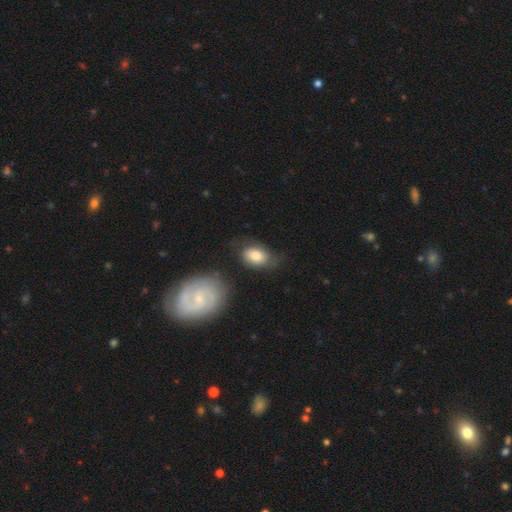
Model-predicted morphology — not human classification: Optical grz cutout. It shows a smooth galaxy with no disk features (73%) that is in between round and cigar-shaped (81%). Merging: none (54%).